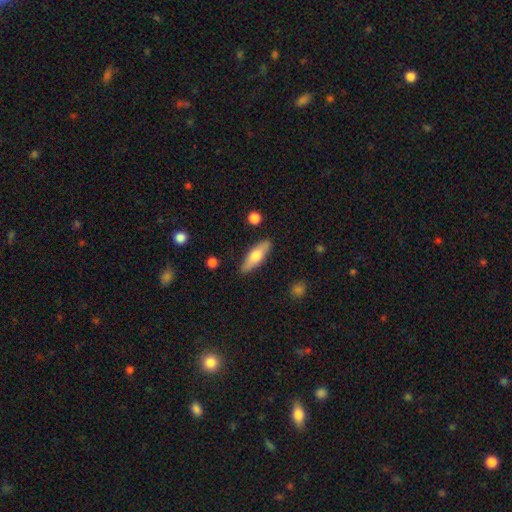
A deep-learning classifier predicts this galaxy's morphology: Smooth or featured: smooth — 63% (featured or disk — 32%)
How rounded: in between — 52% (cigar-shaped — 46%)
Merging: none — 85% (minor disturbance — 11%)